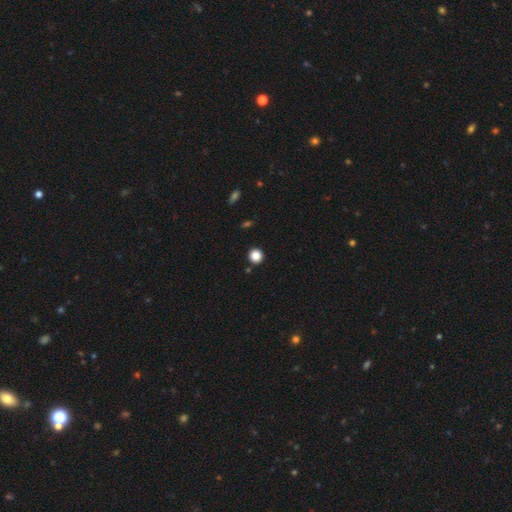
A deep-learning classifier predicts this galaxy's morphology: Smooth or featured? smooth (85%)
How rounded? round (92%)
Merging? none (91%)